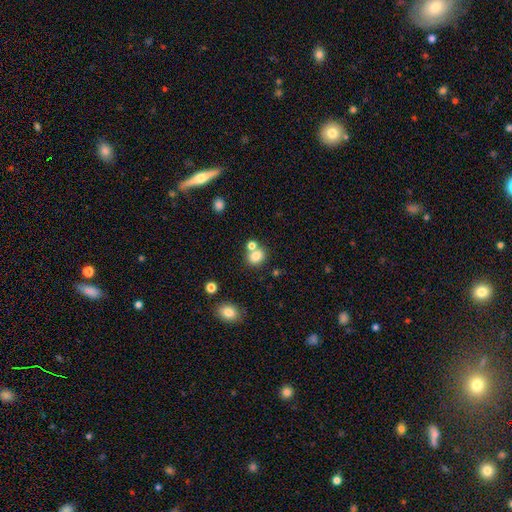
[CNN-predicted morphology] Overall: smooth (80%). How rounded: round (59%; in between 40%). Merging: none (57%; merger 30%).